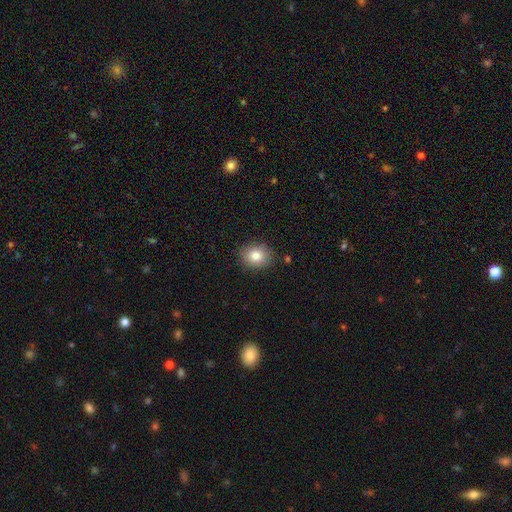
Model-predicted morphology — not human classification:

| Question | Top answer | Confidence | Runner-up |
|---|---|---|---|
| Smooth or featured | smooth | 83% | star or artifact (9%) |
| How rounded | round | 58% | in between (42%) |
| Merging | none | 86% | minor disturbance (10%) |